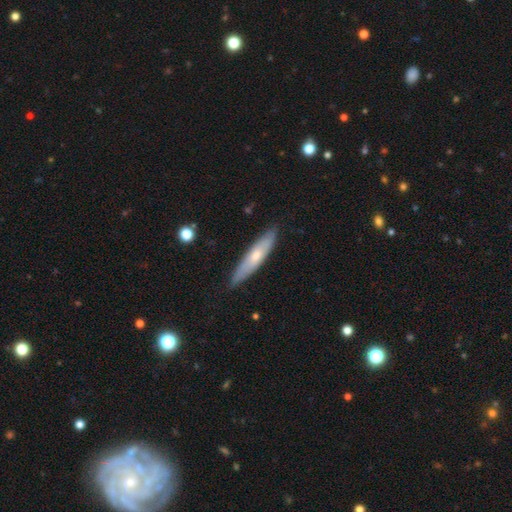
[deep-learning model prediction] Smooth or featured? smooth (51%)
How rounded? cigar-shaped (82%)
Merging? none (83%)